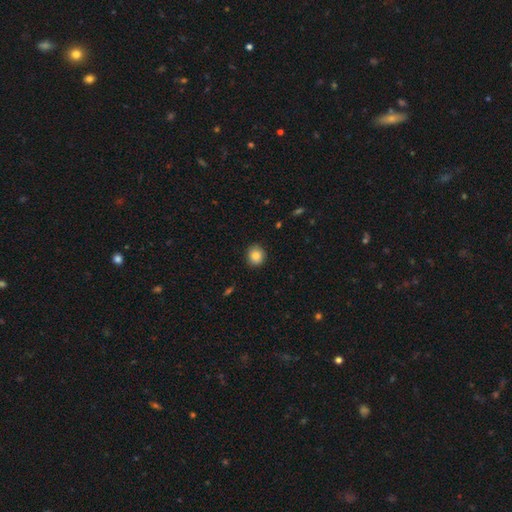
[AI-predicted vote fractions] A smooth galaxy with no disk features (84%) that is round (81%).

Vote fractions:
- Smooth or featured? smooth: 84% / star or artifact: 9% / featured or disk: 7%
- How rounded? round: 81% / in between: 18% / cigar-shaped: 1%
- Merging? none: 89% / minor disturbance: 8% / major disturbance: 2% / merger: 1%